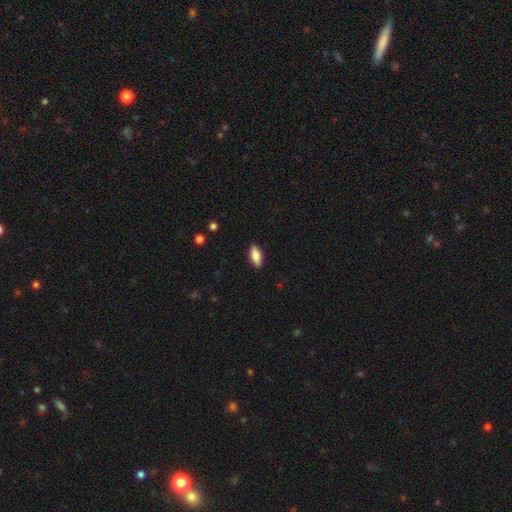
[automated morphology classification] Smooth or featured? smooth (80%)
How rounded? in between (80%)
Merging? none (87%)